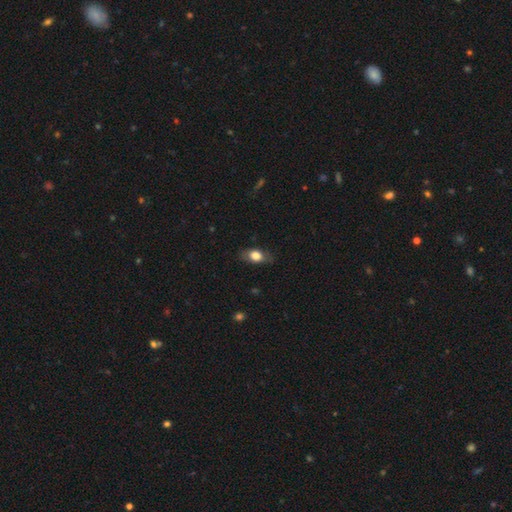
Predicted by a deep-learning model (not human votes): Smooth or featured?
  - smooth: 72% *
  - featured or disk: 20%
  - star or artifact: 7%
How rounded?
  - in between: 82% *
  - round: 11%
  - cigar-shaped: 8%
Merging?
  - none: 77% *
  - minor disturbance: 17%
  - major disturbance: 5%
  - merger: 1%